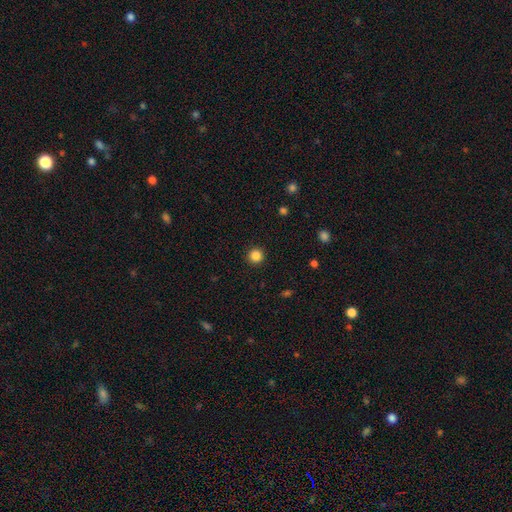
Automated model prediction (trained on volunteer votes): Overall: smooth (85%). How rounded: round (95%). Merging: none (93%).